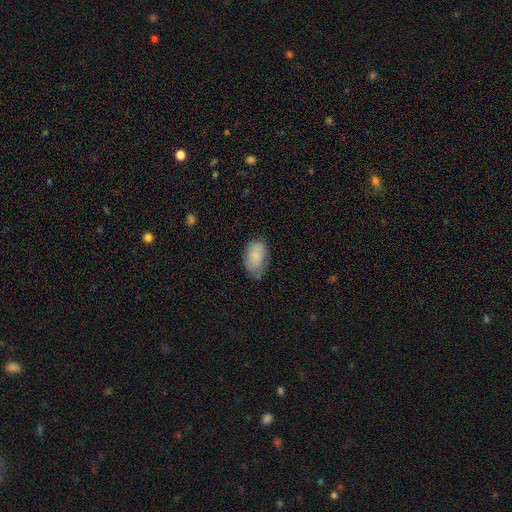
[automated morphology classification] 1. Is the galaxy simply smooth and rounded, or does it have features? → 86% smooth, 7% featured or disk, 7% star or artifact.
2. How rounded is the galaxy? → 92% in between, 7% round, 1% cigar-shaped.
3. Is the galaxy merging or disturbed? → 63% none, 29% minor disturbance, 6% major disturbance, 2% merger.